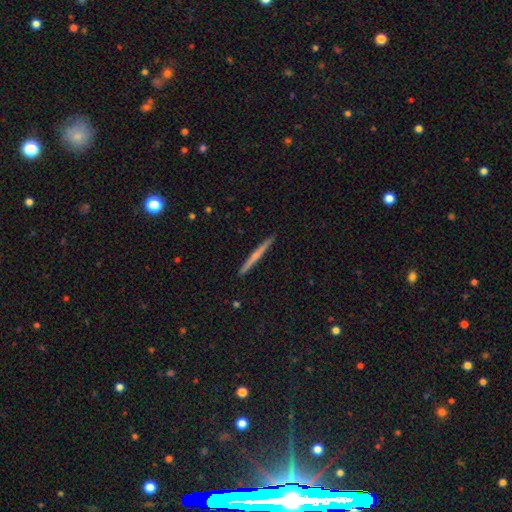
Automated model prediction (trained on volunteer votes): The model was most divided on "smooth or featured": smooth: 50%, featured or disk: 45%, star or artifact: 6%. More confident: merging — none (93%).